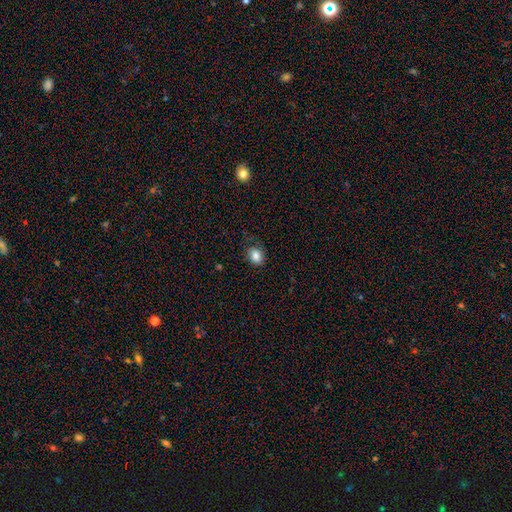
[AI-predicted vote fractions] Smooth or featured: smooth — 83% (star or artifact — 9%)
How rounded: in between — 60% (round — 39%)
Merging: none — 75% (minor disturbance — 18%)